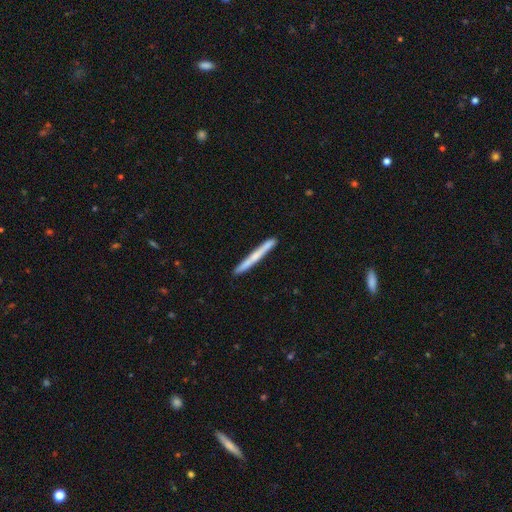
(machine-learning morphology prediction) smooth 53%, featured or disk 41%, star or artifact 6%. Down the decision tree: how rounded — cigar-shaped (97%); merging — none (91%).